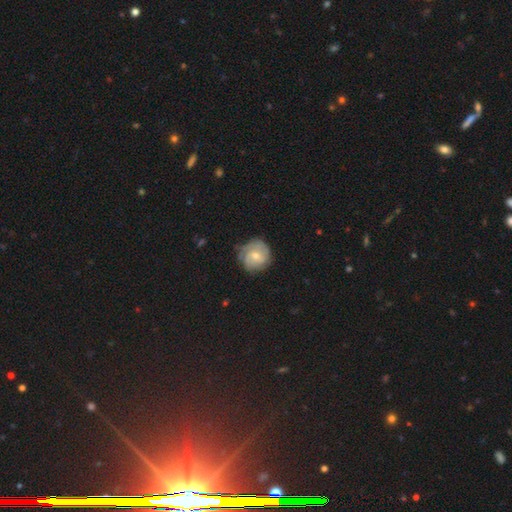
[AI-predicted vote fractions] Smooth or featured? Predicted: featured or disk (p=0.62). Edge-on disk? Predicted: no (p=0.98). Bar? Predicted: no (p=0.69). Spiral arms? Predicted: yes (p=0.88). Spiral winding? Predicted: tight (p=0.64). Spiral arm count? Predicted: can't tell (p=0.40). Bulge size? Predicted: moderate (p=0.51). Merging? Predicted: none (p=0.69).